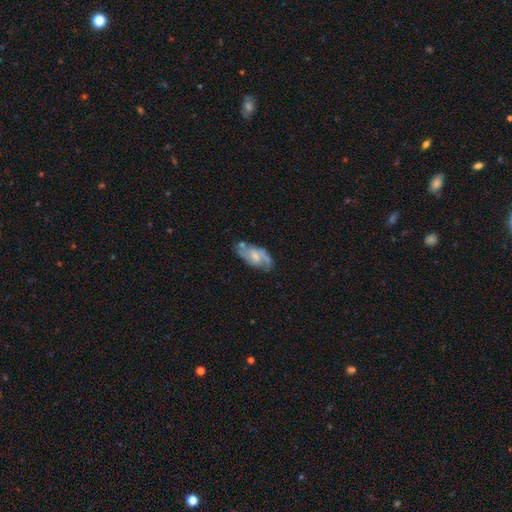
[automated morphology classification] A featured or disk galaxy (61%) with a weak bar (45%), spiral arms (73%) and a moderate central bulge (39%). Merging: none (53%).